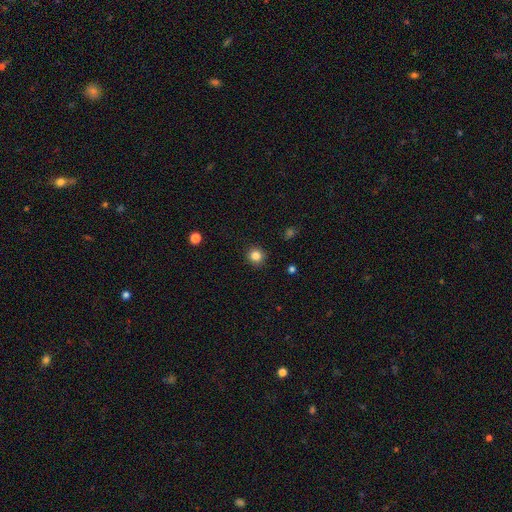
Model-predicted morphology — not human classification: The model was most divided on "smooth or featured": smooth: 84%, star or artifact: 12%, featured or disk: 5%. More confident: how rounded — round (93%); merging — none (91%).